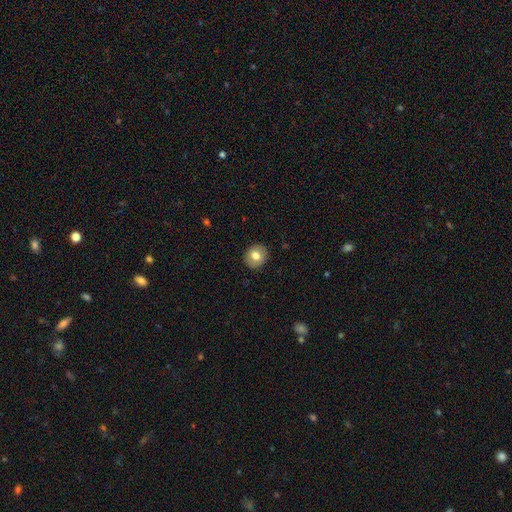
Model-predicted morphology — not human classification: This is likely a smooth galaxy (77%). How rounded: clearly round (82%). Merging: clearly none (90%).